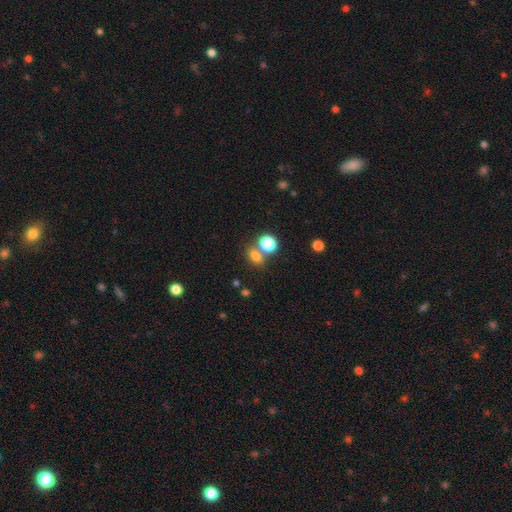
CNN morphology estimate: Smooth or featured?
  - smooth: 75% *
  - star or artifact: 17%
  - featured or disk: 8%
How rounded?
  - in between: 58% *
  - round: 40%
  - cigar-shaped: 2%
Merging?
  - none: 57% *
  - merger: 29%
  - minor disturbance: 10%
  - major disturbance: 4%